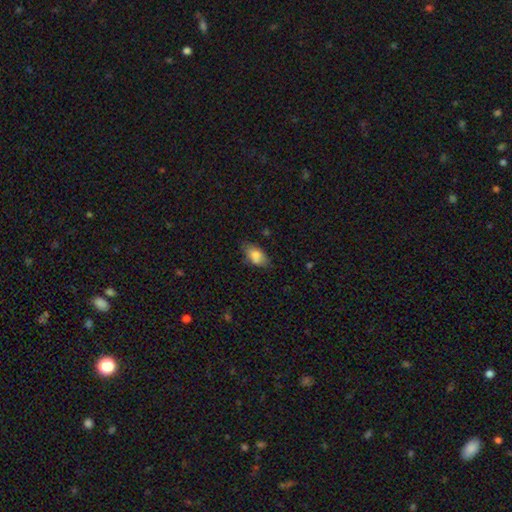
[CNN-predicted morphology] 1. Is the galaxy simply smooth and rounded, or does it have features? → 80% smooth, 12% featured or disk, 8% star or artifact.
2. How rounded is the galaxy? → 90% in between, 6% cigar-shaped, 5% round.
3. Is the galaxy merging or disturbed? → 64% none, 23% minor disturbance, 7% merger, 6% major disturbance.